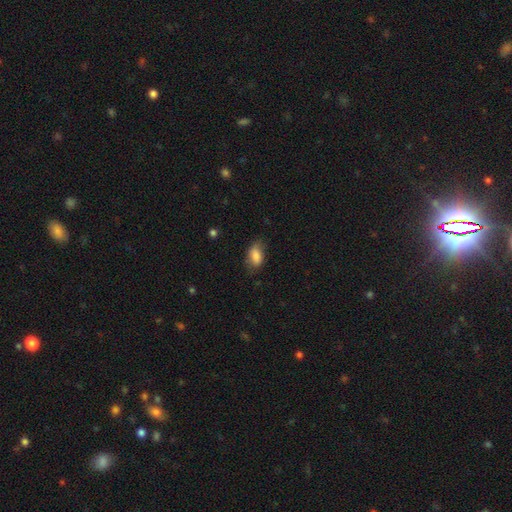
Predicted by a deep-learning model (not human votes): smooth_or_featured: smooth (p=0.83) [alt: featured or disk p=0.10]
how_rounded: in between (p=0.90) [alt: round p=0.07]
merging: none (p=0.64) [alt: minor disturbance p=0.26]